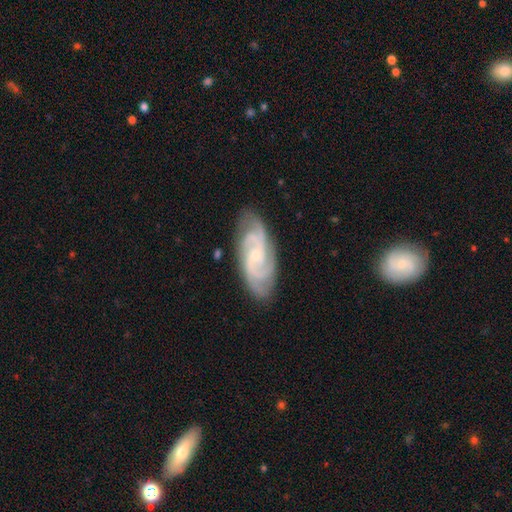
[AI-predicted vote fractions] Smooth or featured: featured or disk — 89% (smooth — 6%)
Edge-on disk: no — 96% (yes — 4%)
Bar: no — 60% (weak — 33%)
Spiral arms: yes — 98% (no — 2%)
Spiral winding: tight — 54% (medium — 39%)
Spiral arm count: 3 — 43% (2 — 23%)
Bulge size: small — 74% (moderate — 22%)
Merging: none — 81% (minor disturbance — 15%)